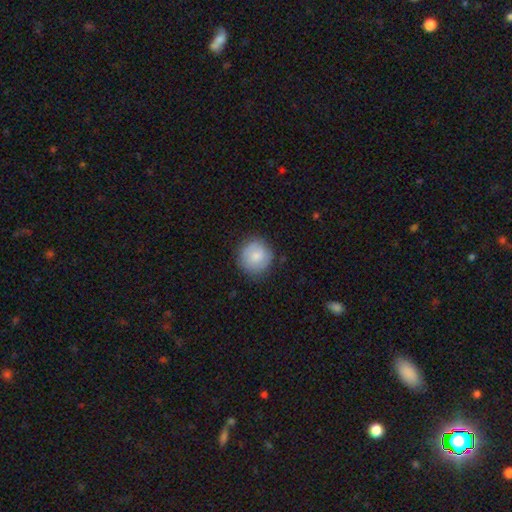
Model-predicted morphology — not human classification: Smooth or featured? Predicted: smooth (p=0.78). How rounded? Predicted: round (p=0.92). Merging? Predicted: none (p=0.80).